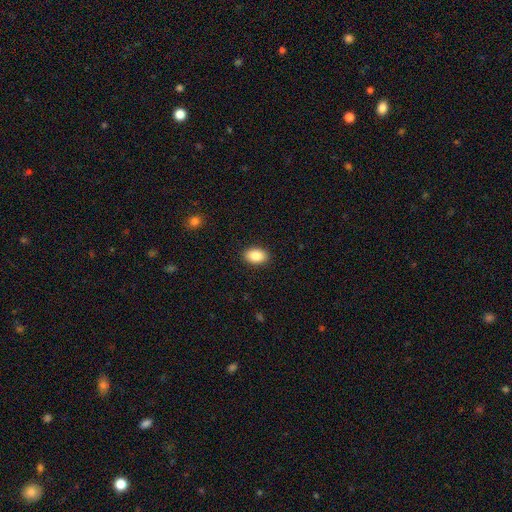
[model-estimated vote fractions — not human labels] A smooth galaxy with no disk features (87%) that is in between round and cigar-shaped (88%).

Vote fractions:
- Smooth or featured? smooth: 87% / star or artifact: 7% / featured or disk: 6%
- How rounded? in between: 88% / round: 10% / cigar-shaped: 1%
- Merging? none: 90% / minor disturbance: 7% / major disturbance: 2% / merger: 1%